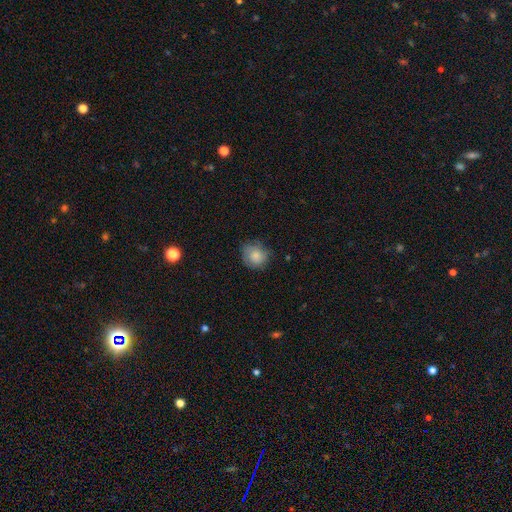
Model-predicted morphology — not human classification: Smooth or featured? Predicted: smooth (p=0.80). How rounded? Predicted: round (p=0.84). Merging? Predicted: none (p=0.72).